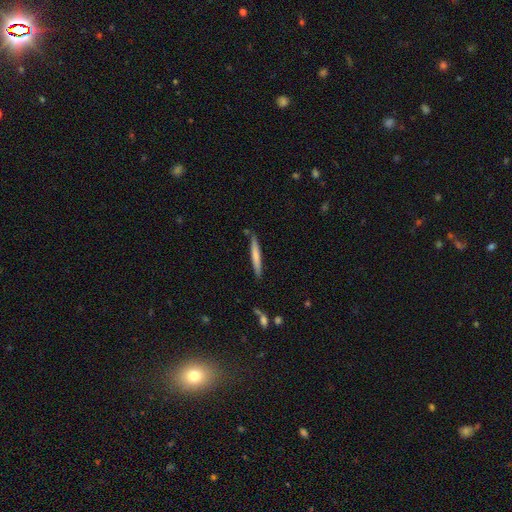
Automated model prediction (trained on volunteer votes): Smooth or featured?
  - smooth: 67% *
  - featured or disk: 27%
  - star or artifact: 5%
How rounded?
  - cigar-shaped: 96% *
  - in between: 3%
  - round: 1%
Merging?
  - none: 85% *
  - minor disturbance: 10%
  - merger: 3%
  - major disturbance: 2%